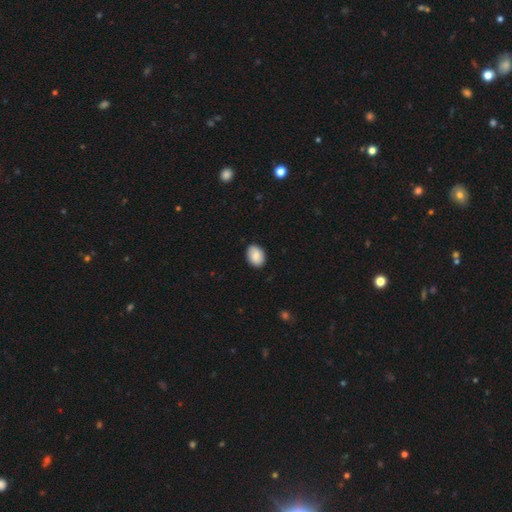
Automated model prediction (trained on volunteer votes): Overall: smooth (84%). How rounded: in between (81%). Merging: none (87%).